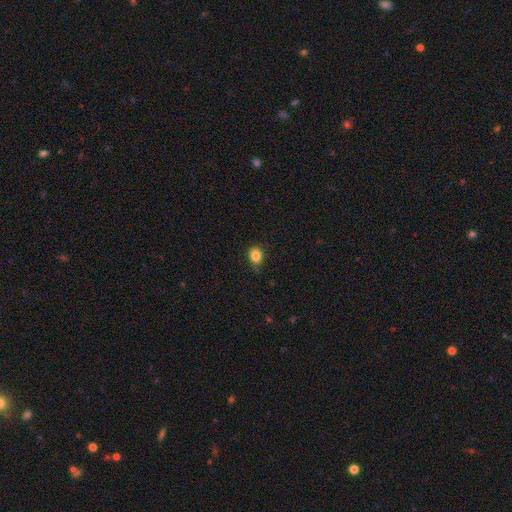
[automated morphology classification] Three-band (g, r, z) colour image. It shows a smooth galaxy with no disk features (84%) that is round (60%). Merging: none (77%).